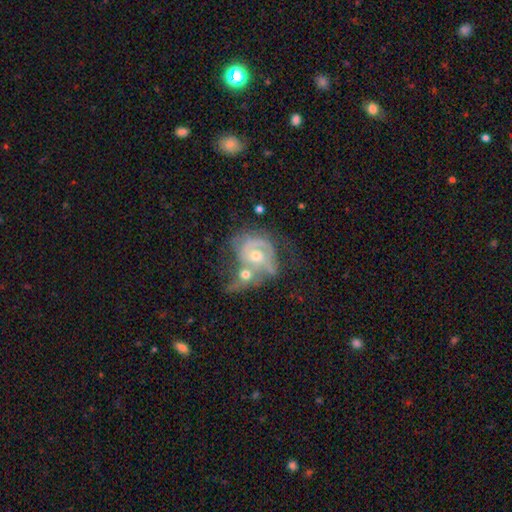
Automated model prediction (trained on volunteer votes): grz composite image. It shows a featured or disk galaxy (77%) with no bar (65%), 2 (55%) tight (42%) spiral arms (84%) and a moderate central bulge (63%). Merging: merger (50%).